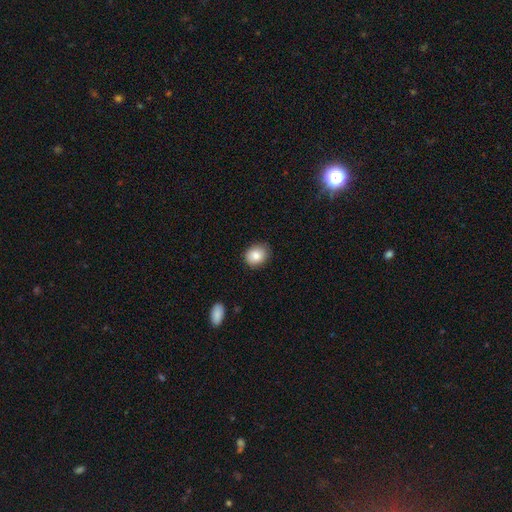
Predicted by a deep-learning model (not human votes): Overall: smooth (85%). How rounded: round (61%; in between 38%). Merging: none (83%).